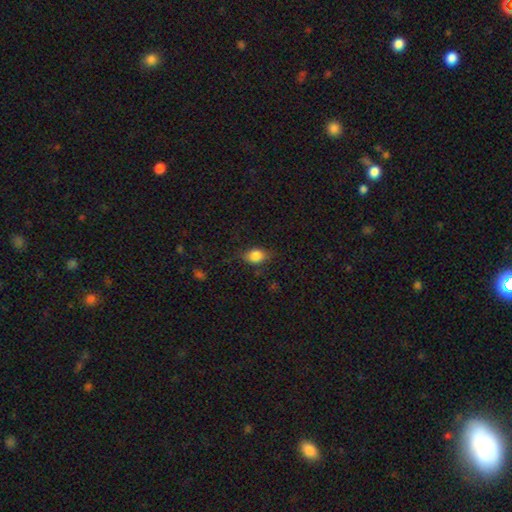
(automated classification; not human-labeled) Morphology: type=smooth (82%); roundness=in between (68%); merging=none (74%).